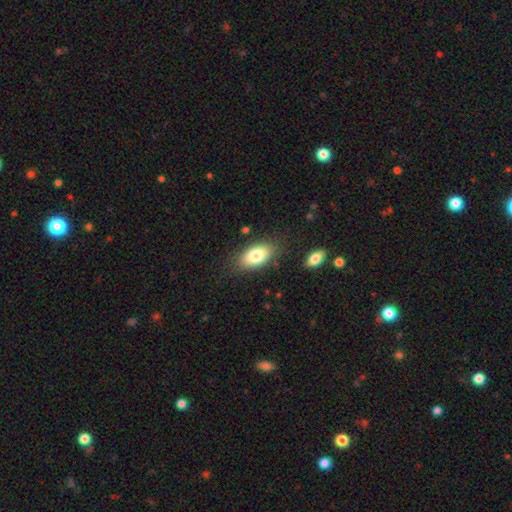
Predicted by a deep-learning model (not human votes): This is clearly a smooth galaxy (80%). How rounded: clearly in between (91%). Merging: clearly none (81%).